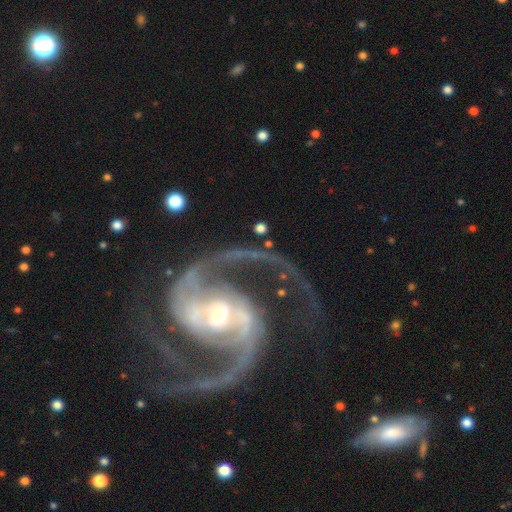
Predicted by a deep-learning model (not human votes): smooth_or_featured: featured or disk (p=0.94) [alt: star or artifact p=0.04]
disk_edge_on: no (p=0.98) [alt: yes p=0.02]
bar: strong (p=0.42) [alt: weak p=0.35]
has_spiral_arms: yes (p=0.99) [alt: no p=0.01]
spiral_winding: medium (p=0.67) [alt: tight p=0.18]
spiral_arm_count: 2 (p=0.93) [alt: 3 p=0.02]
bulge_size: moderate (p=0.49) [alt: small p=0.39]
merging: none (p=0.77) [alt: minor disturbance p=0.13]